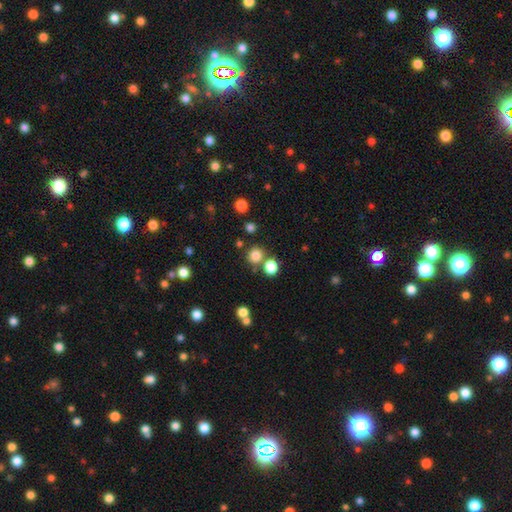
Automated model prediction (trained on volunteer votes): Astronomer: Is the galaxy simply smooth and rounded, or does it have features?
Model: smooth — 81%.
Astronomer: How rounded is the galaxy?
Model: round — 88%.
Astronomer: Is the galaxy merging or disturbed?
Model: none — 75%.